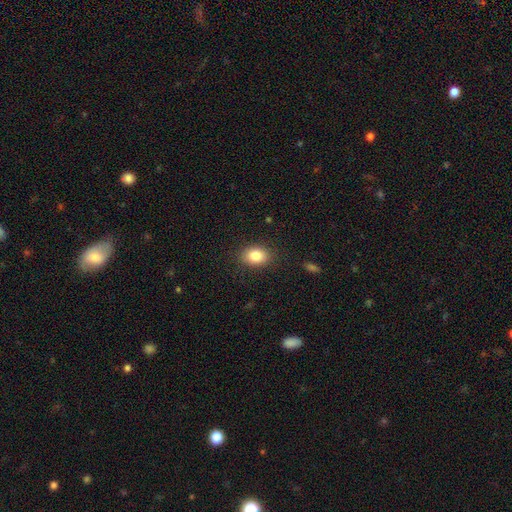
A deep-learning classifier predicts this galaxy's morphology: smooth-or-featured: smooth: 85% | star or artifact: 9% | featured or disk: 7%
  how-rounded: in between: 73% | round: 26% | cigar-shaped: 1%
  merging: none: 87% | minor disturbance: 9% | major disturbance: 3% | merger: 1%